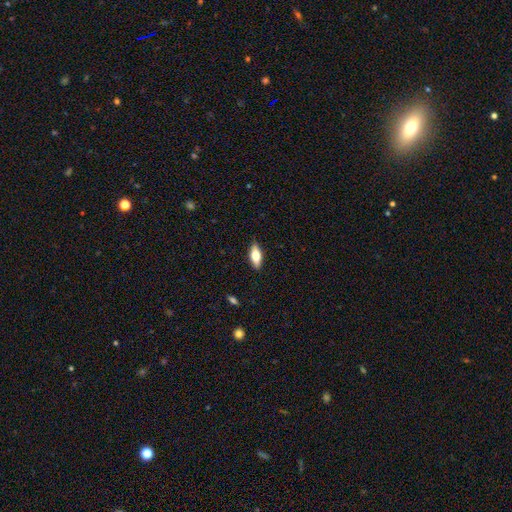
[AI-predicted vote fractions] A smooth galaxy with no disk features (64%) that is in between round and cigar-shaped (74%).

Vote fractions:
- Smooth or featured? smooth: 64% / featured or disk: 30% / star or artifact: 7%
- How rounded? in between: 74% / cigar-shaped: 24% / round: 3%
- Merging? none: 87% / minor disturbance: 10% / major disturbance: 2% / merger: 1%